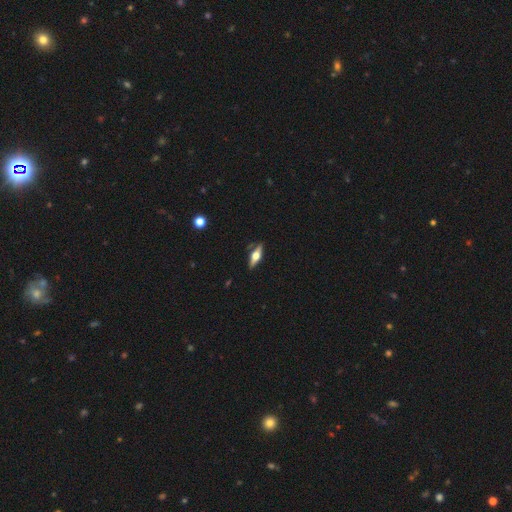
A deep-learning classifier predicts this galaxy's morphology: This is likely a featured or disk galaxy (60%). It is clearly viewed edge-on (94%). Edge-on bulge: clearly rounded (93%). Merging: clearly none (84%).